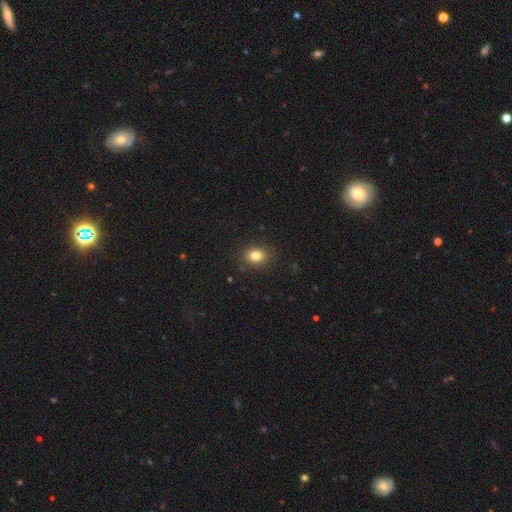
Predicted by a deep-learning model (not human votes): Overall: smooth (82%). How rounded: in between (55%; round 44%). Merging: none (87%).